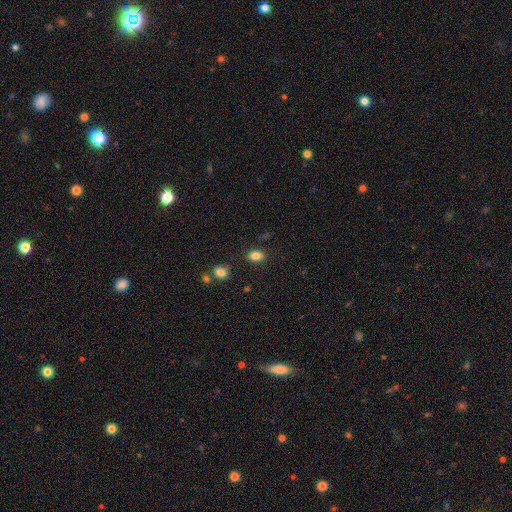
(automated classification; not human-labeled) smooth-or-featured: smooth: 83% | star or artifact: 10% | featured or disk: 6%
  how-rounded: in between: 76% | round: 22% | cigar-shaped: 2%
  merging: none: 84% | minor disturbance: 11% | merger: 3% | major disturbance: 3%